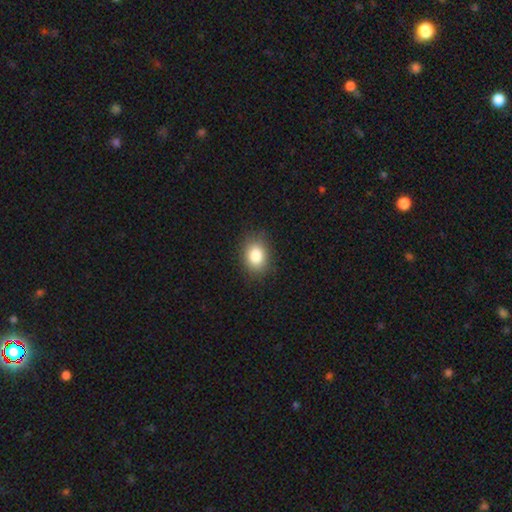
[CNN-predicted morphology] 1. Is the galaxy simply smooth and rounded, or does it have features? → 85% smooth, 9% star or artifact, 6% featured or disk.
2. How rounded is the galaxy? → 68% in between, 31% round, 1% cigar-shaped.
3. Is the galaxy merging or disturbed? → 86% none, 10% minor disturbance, 3% major disturbance, 1% merger.